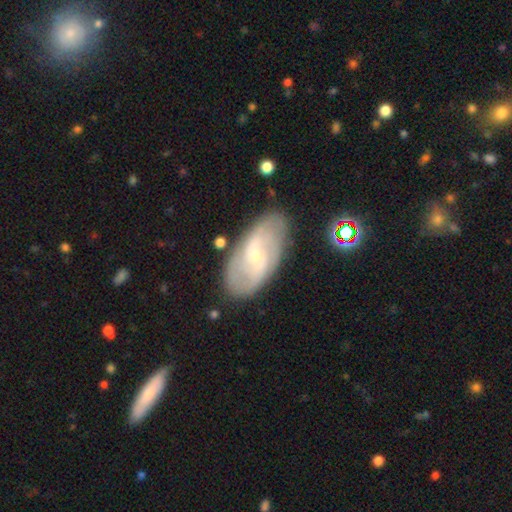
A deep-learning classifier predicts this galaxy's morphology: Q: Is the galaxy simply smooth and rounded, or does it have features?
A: featured or disk — 74%.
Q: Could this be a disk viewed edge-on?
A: no — 94%.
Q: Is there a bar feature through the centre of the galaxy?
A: weak — 47%.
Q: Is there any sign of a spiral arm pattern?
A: yes — 86%.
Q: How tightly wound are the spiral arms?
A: medium — 40%.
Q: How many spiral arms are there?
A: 2 — 61%.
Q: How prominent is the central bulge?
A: small — 77%.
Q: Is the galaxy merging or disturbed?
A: none — 79%.